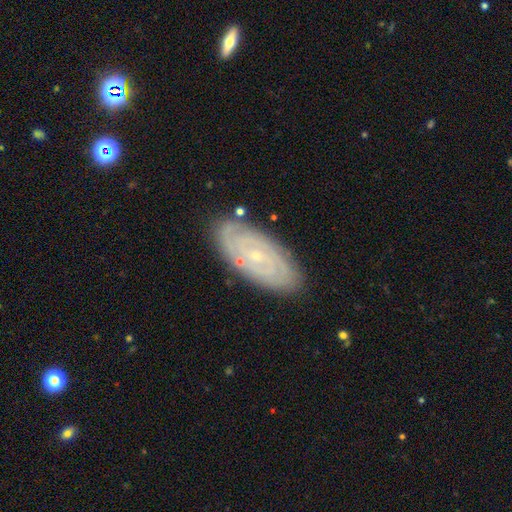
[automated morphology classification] Smooth or featured? featured or disk (81%)
Edge-on disk? no (93%)
Bar? no (68%)
Spiral arms? yes (95%)
Spiral winding? tight (79%)
Spiral arm count? can't tell (35%)
Bulge size? small (83%)
Merging? none (83%)